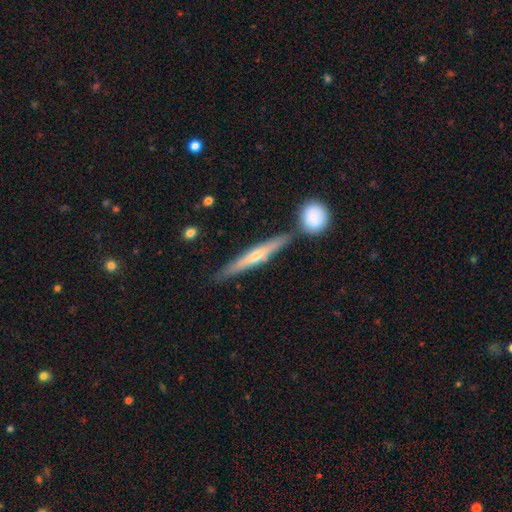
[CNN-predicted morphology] A featured or disk galaxy (66%) viewed edge-on (96%) with a rounded central bulge (73%).

Vote fractions:
- Smooth or featured? featured or disk: 66% / smooth: 27% / star or artifact: 7%
- Edge-on disk? yes: 96% / no: 4%
- Edge-on bulge? rounded: 73% / none: 20% / boxy: 6%
- Merging? none: 81% / minor disturbance: 10% / merger: 7% / major disturbance: 2%